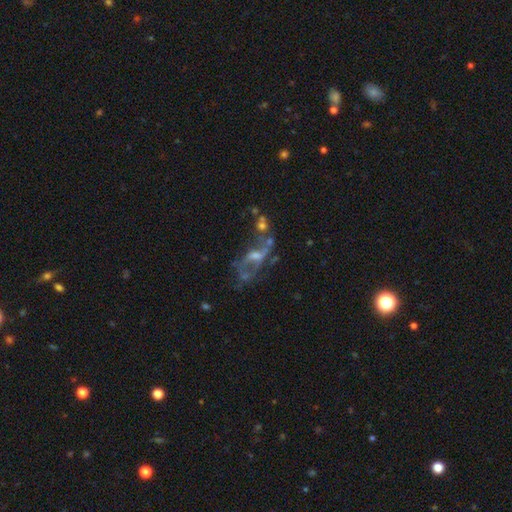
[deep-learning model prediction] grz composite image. It shows a featured or disk galaxy (69%) with no bar (49%), spiral arms (52%) and a small central bulge (39%). Merging: none (33%).